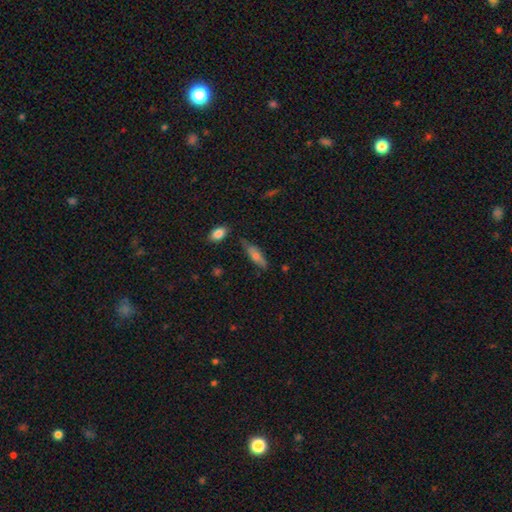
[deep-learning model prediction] Q: Smooth or featured?
A: smooth (64%); runner-up: featured or disk (28%)
Q: How rounded?
A: cigar-shaped (51%); runner-up: in between (47%)
Q: Merging?
A: none (73%); runner-up: minor disturbance (19%)